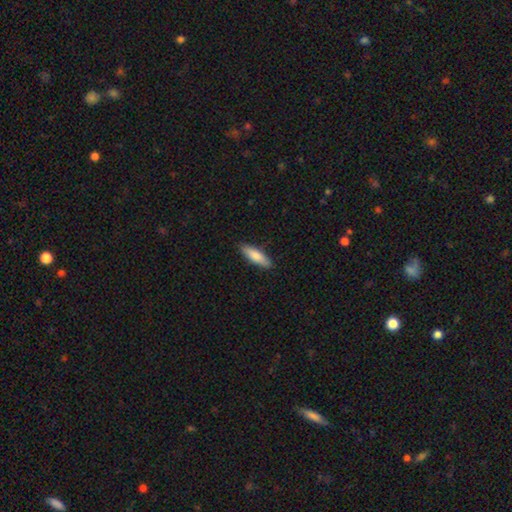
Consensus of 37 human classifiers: A smooth galaxy with no disk features (76%) that is cigar-shaped (54%). Merging: none (91%).